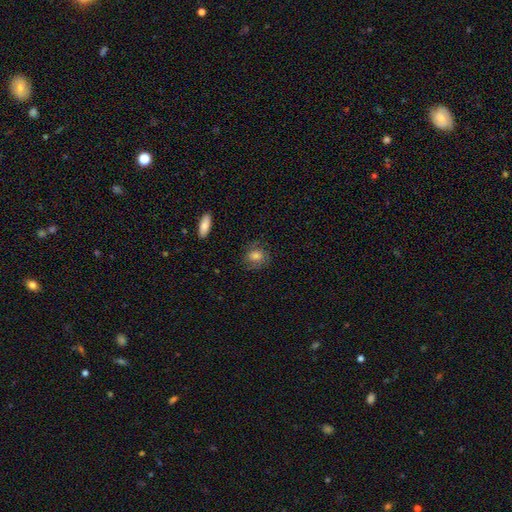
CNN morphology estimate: Smooth or featured? smooth (65%)
How rounded? round (64%)
Merging? none (74%)